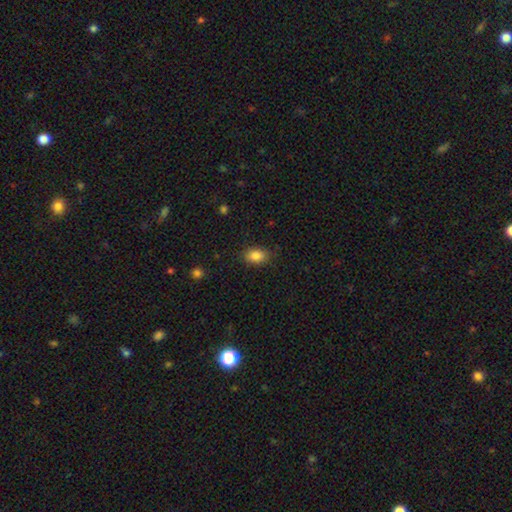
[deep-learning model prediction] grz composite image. It shows a smooth galaxy with no disk features (87%) that is in between round and cigar-shaped (85%). Merging: none (84%).